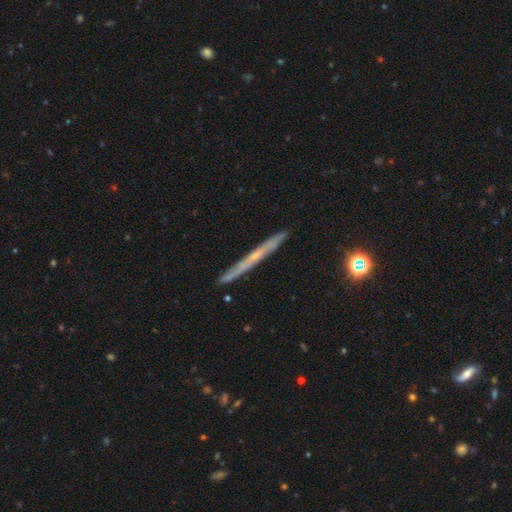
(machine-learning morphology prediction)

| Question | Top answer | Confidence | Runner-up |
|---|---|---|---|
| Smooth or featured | featured or disk | 64% | smooth (28%) |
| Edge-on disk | yes | 96% | no (4%) |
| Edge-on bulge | none | 65% | rounded (32%) |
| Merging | none | 89% | minor disturbance (8%) |